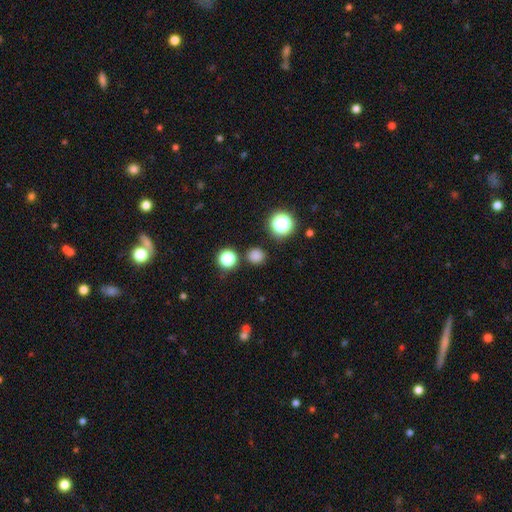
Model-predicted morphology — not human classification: smooth_or_featured: smooth (p=0.77) [alt: star or artifact p=0.19]
how_rounded: round (p=0.90) [alt: in between p=0.09]
merging: none (p=0.86) [alt: minor disturbance p=0.07]